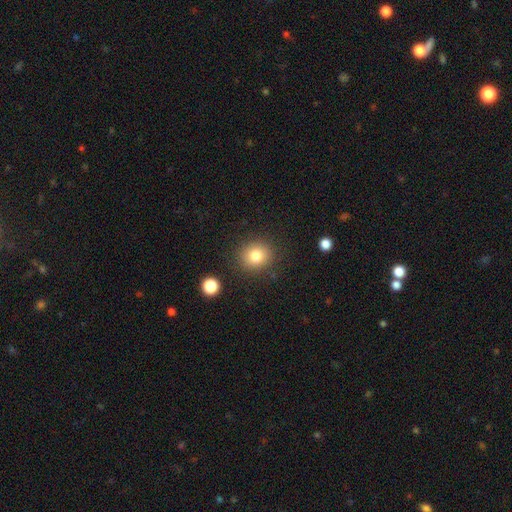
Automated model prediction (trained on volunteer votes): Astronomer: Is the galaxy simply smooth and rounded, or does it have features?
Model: smooth — 81%.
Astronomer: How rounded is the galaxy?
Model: round — 80%.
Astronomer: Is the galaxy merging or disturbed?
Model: none — 86%.